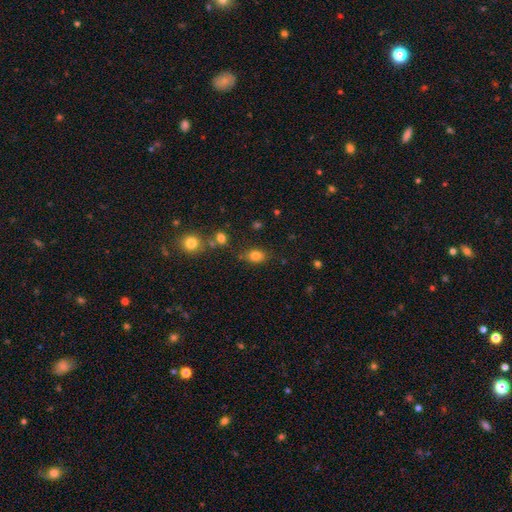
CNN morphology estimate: Q: Smooth or featured?
A: smooth (81%); runner-up: star or artifact (12%)
Q: How rounded?
A: in between (66%); runner-up: round (32%)
Q: Merging?
A: none (77%); runner-up: minor disturbance (14%)